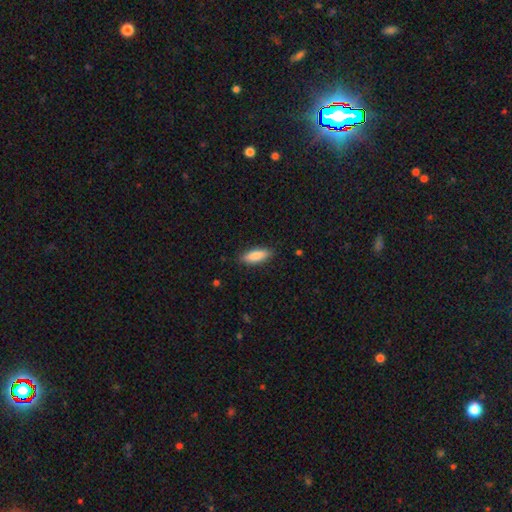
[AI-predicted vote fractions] Q: Smooth or featured?
A: smooth (85%); runner-up: featured or disk (9%)
Q: How rounded?
A: in between (65%); runner-up: cigar-shaped (34%)
Q: Merging?
A: none (87%); runner-up: minor disturbance (10%)